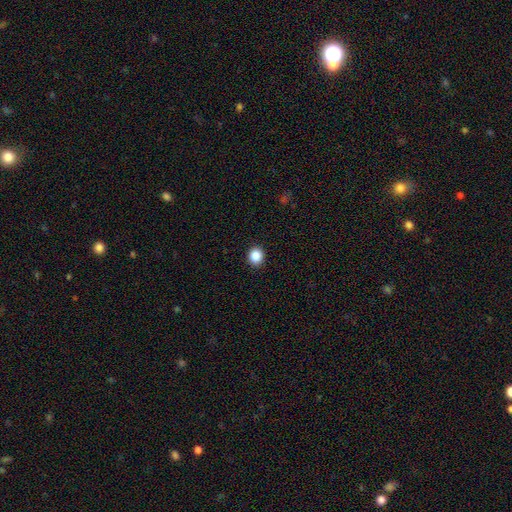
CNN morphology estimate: Smooth or featured? Predicted: smooth (p=0.87). How rounded? Predicted: round (p=0.84). Merging? Predicted: none (p=0.92).